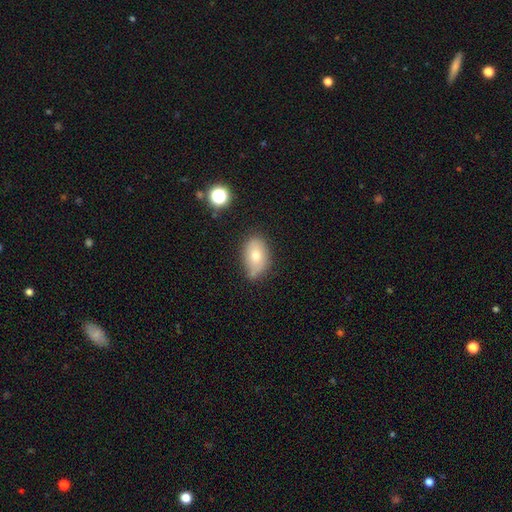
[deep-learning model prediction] A smooth galaxy with no disk features (71%) that is in between round and cigar-shaped (85%). Merging: none (59%).